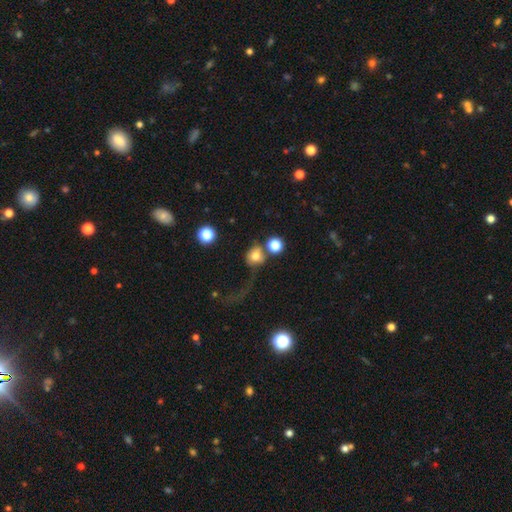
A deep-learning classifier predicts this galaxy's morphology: Smooth or featured: smooth — 71% (featured or disk — 17%)
How rounded: round — 74% (in between — 25%)
Merging: major disturbance — 32% (none — 28%)